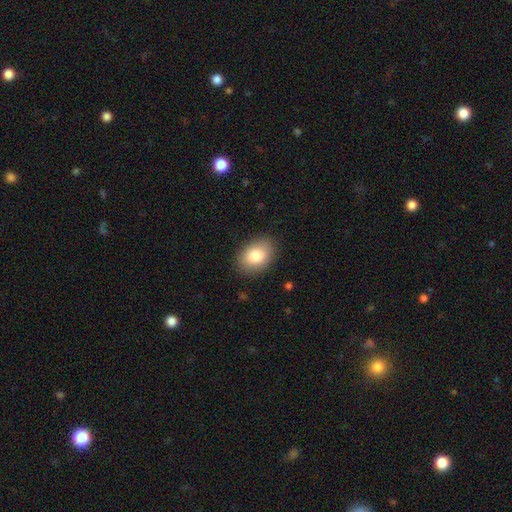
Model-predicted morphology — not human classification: This is clearly a smooth galaxy (82%). How rounded: likely in between (80%). Merging: clearly none (86%).